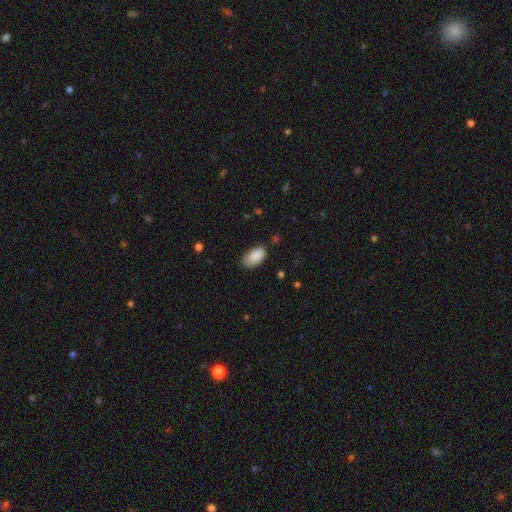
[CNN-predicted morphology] smooth_or_featured: smooth (p=0.89) [alt: star or artifact p=0.07]
how_rounded: in between (p=0.95) [alt: round p=0.04]
merging: none (p=0.70) [alt: minor disturbance p=0.24]